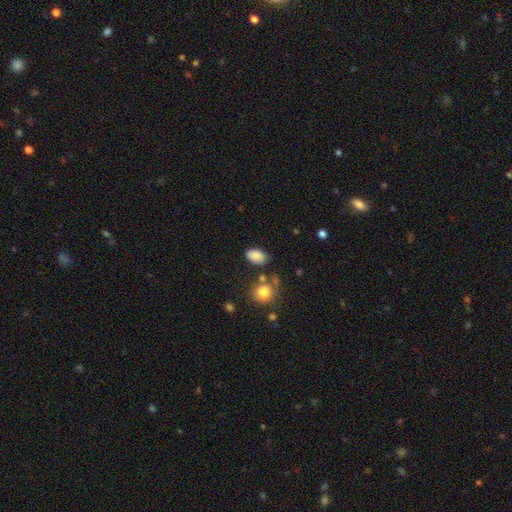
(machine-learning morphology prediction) smooth_or_featured: smooth (p=0.86) [alt: star or artifact p=0.09]
how_rounded: in between (p=0.89) [alt: round p=0.10]
merging: none (p=0.75) [alt: minor disturbance p=0.15]